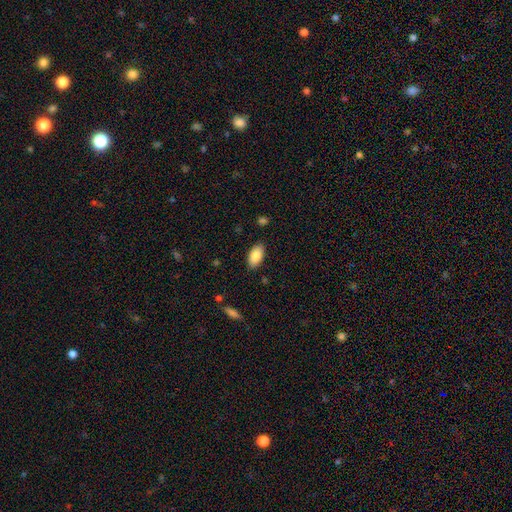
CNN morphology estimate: type=smooth (86%); roundness=in between (94%); merging=none (86%).